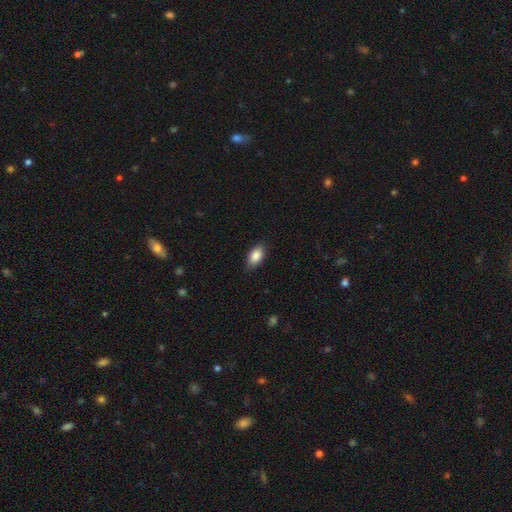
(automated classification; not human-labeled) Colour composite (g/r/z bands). It shows a smooth galaxy with no disk features (87%) that is in between round and cigar-shaped (91%). Merging: none (85%).